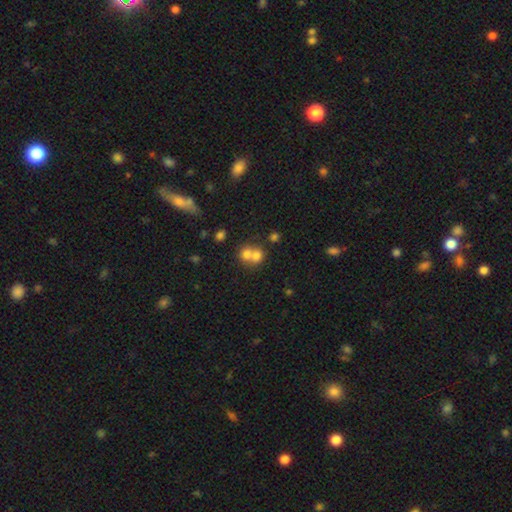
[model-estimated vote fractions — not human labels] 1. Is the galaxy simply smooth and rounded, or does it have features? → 70% smooth, 17% featured or disk, 13% star or artifact.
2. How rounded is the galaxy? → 74% round, 25% in between, 1% cigar-shaped.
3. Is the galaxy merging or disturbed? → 64% merger, 28% none, 5% minor disturbance, 3% major disturbance.